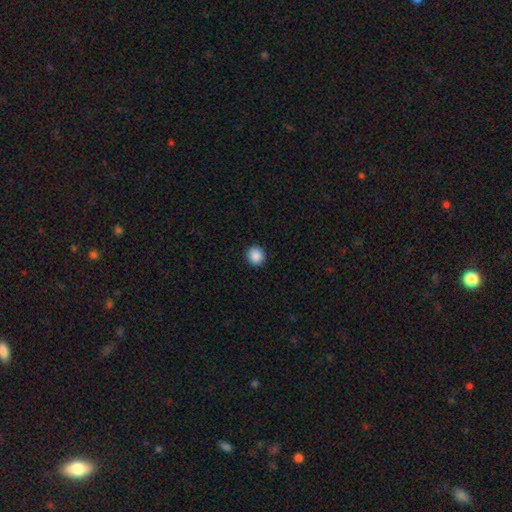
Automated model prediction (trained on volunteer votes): Morphology: type=smooth (89%); roundness=round (87%); merging=none (93%).